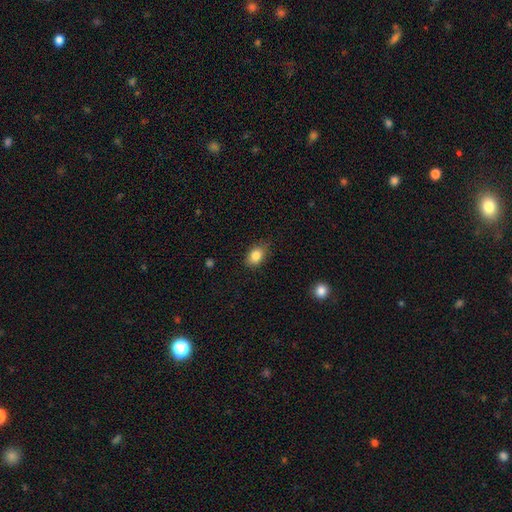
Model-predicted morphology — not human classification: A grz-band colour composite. It shows a smooth galaxy with no disk features (85%) that is in between round and cigar-shaped (80%). Merging: none (78%).